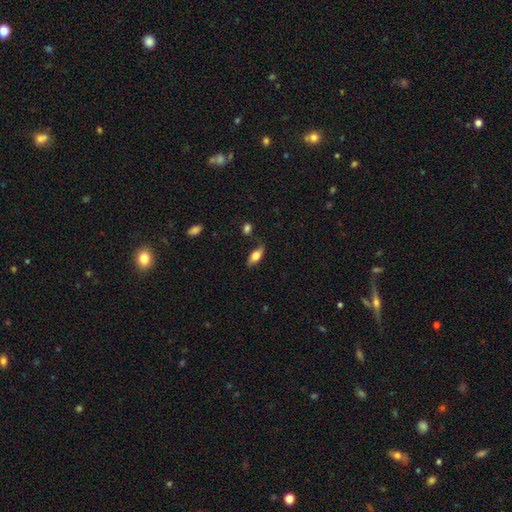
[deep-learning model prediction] Smooth or featured? smooth (70%)
How rounded? in between (82%)
Merging? none (62%)